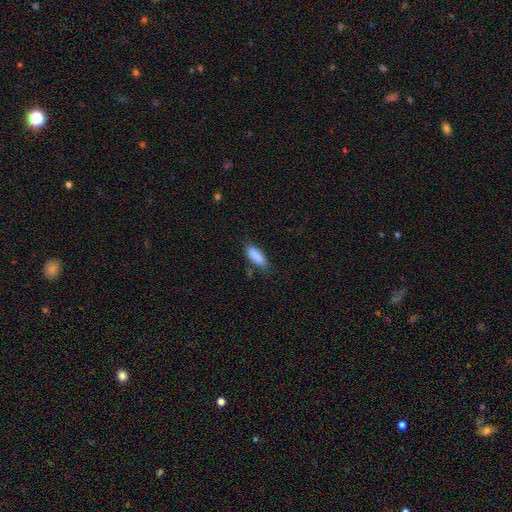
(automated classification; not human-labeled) A smooth galaxy with no disk features (87%) that is in between round and cigar-shaped (67%).

Vote fractions:
- Smooth or featured? smooth: 87% / star or artifact: 7% / featured or disk: 6%
- How rounded? in between: 67% / cigar-shaped: 31% / round: 2%
- Merging? none: 70% / minor disturbance: 22% / major disturbance: 5% / merger: 3%